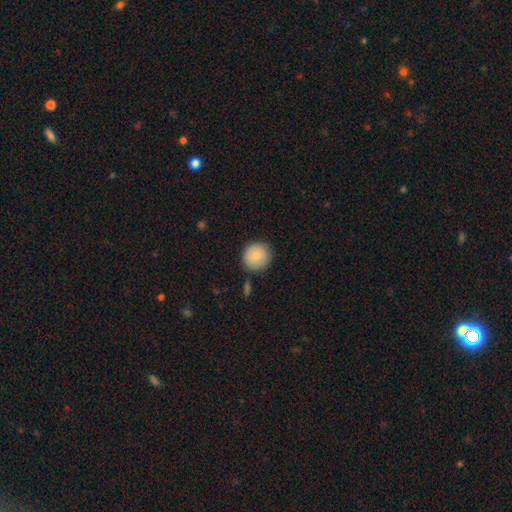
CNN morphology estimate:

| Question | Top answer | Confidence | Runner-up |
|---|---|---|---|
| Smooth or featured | smooth | 86% | featured or disk (8%) |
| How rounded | round | 91% | in between (8%) |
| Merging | none | 83% | minor disturbance (11%) |